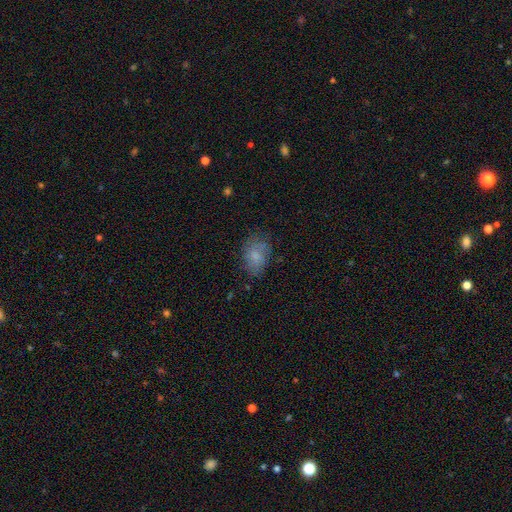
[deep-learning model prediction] This appears to be a smooth galaxy with no disk features (73%) that is in between round and cigar-shaped (85%). Merging: none (68%).